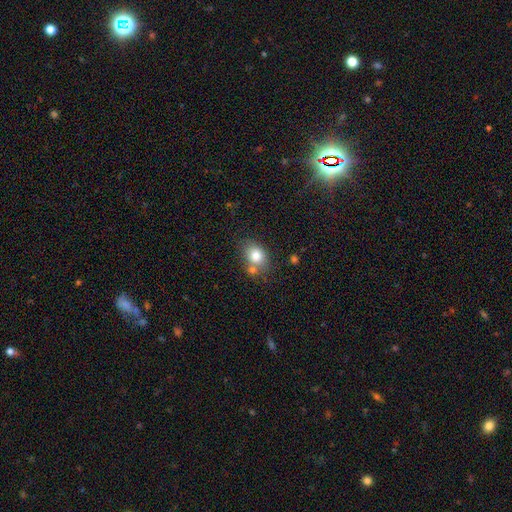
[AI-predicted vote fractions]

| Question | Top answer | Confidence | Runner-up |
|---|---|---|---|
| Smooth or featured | smooth | 80% | featured or disk (11%) |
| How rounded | in between | 58% | round (41%) |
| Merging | none | 57% | merger (22%) |